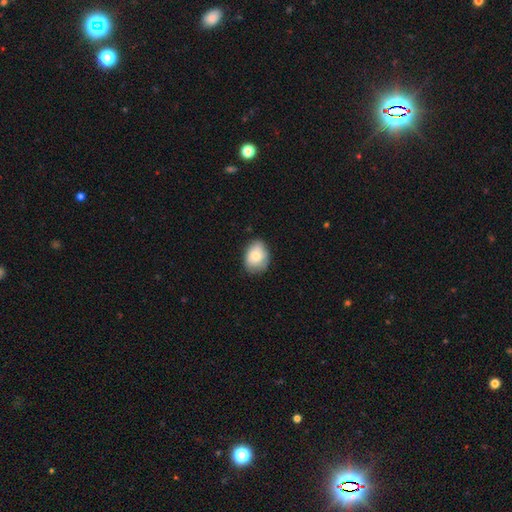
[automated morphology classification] Smooth or featured: smooth — 77% (featured or disk — 16%)
How rounded: in between — 64% (round — 35%)
Merging: none — 71% (minor disturbance — 23%)